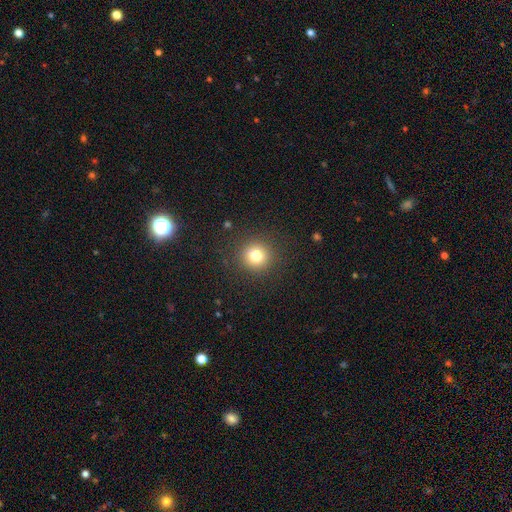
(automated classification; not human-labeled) A smooth galaxy with no disk features (79%) that is round (94%).

Vote fractions:
- Smooth or featured? smooth: 79% / star or artifact: 14% / featured or disk: 8%
- How rounded? round: 94% / in between: 5% / cigar-shaped: 1%
- Merging? none: 90% / minor disturbance: 6% / major disturbance: 3% / merger: 1%